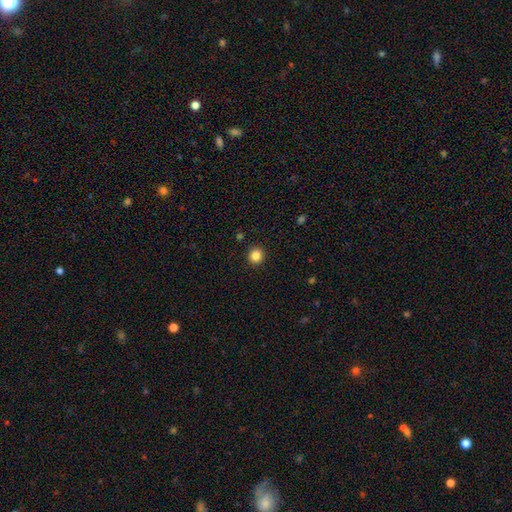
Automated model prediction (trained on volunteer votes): This is clearly a smooth galaxy (85%). How rounded: clearly round (91%). Merging: clearly none (92%).